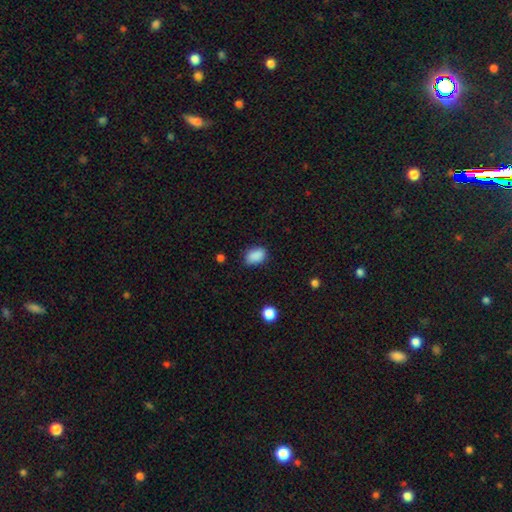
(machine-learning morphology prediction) Q: Smooth or featured?
A: smooth (88%); runner-up: star or artifact (9%)
Q: How rounded?
A: in between (82%); runner-up: round (16%)
Q: Merging?
A: none (76%); runner-up: minor disturbance (19%)